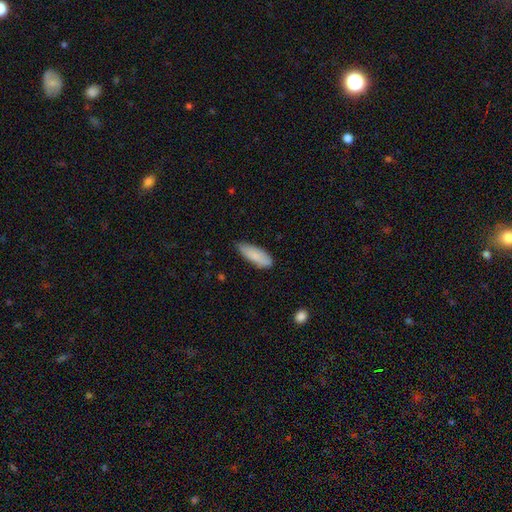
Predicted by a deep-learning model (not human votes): This is clearly a smooth galaxy (86%). How rounded: likely in between (64%). Merging: likely none (68%).